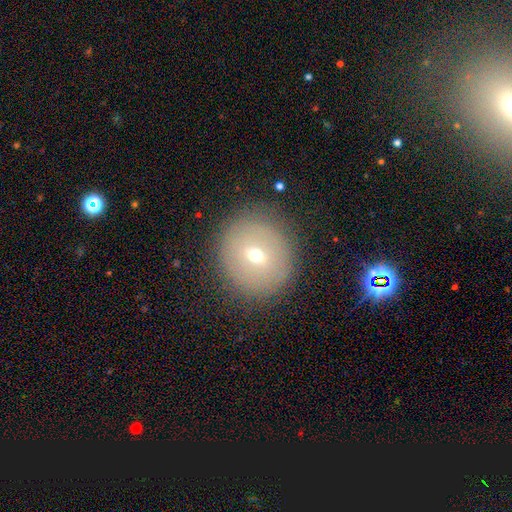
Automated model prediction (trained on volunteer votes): Overall: smooth (57%; featured or disk 30%). How rounded: round (90%). Merging: none (85%).